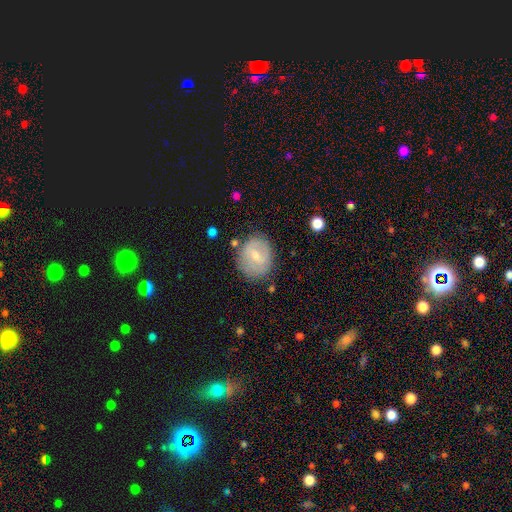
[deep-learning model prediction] The model was most divided on "smooth or featured": smooth: 54%, featured or disk: 39%, star or artifact: 7%. More confident: merging — none (74%); how rounded — round (59%).